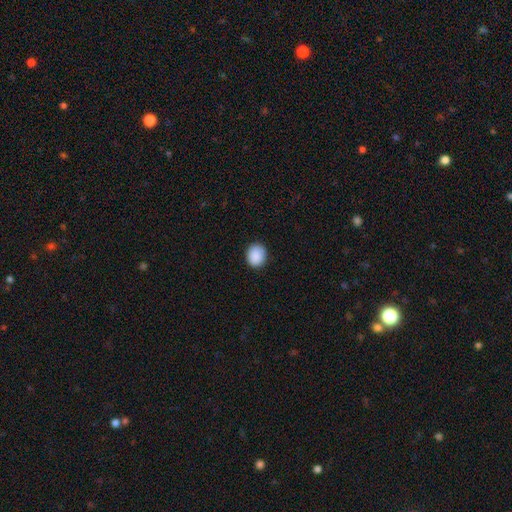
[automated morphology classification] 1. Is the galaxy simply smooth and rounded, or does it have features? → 90% smooth, 7% star or artifact, 3% featured or disk.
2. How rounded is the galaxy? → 70% round, 29% in between, 1% cigar-shaped.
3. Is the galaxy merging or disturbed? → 89% none, 8% minor disturbance, 2% major disturbance, 1% merger.